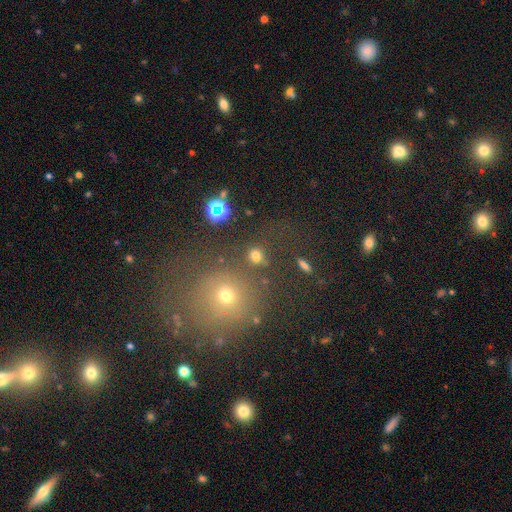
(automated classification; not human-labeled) Smooth or featured? Predicted: smooth (p=0.70). How rounded? Predicted: round (p=0.75). Merging? Predicted: none (p=0.73).